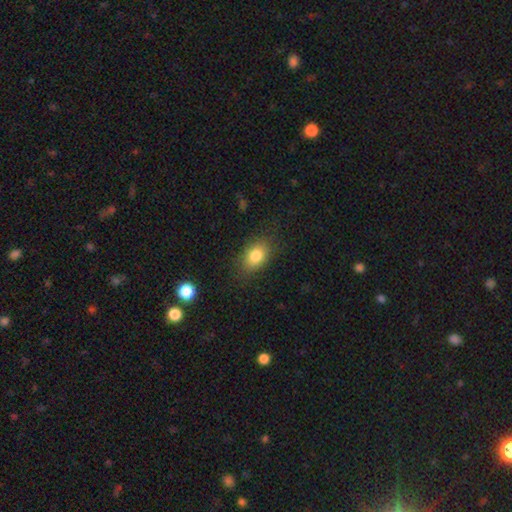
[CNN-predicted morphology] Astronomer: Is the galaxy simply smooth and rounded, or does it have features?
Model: smooth — 82%.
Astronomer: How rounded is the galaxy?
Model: in between — 79%.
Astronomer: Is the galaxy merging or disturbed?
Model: none — 80%.